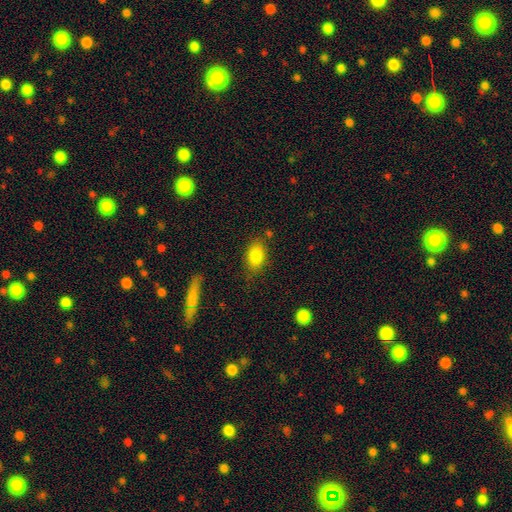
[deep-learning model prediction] smooth 83%, featured or disk 9%, star or artifact 8%. Down the decision tree: how rounded — in between (84%); merging — none (76%).